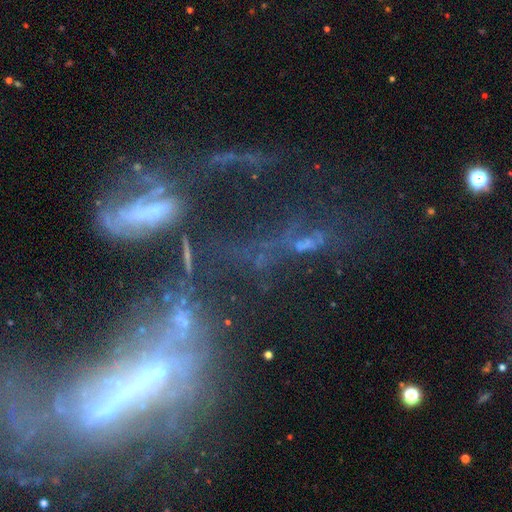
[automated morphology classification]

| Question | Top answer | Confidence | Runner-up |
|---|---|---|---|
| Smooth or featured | featured or disk | 45% | star or artifact (36%) |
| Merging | merger | 31% | major disturbance (30%) |